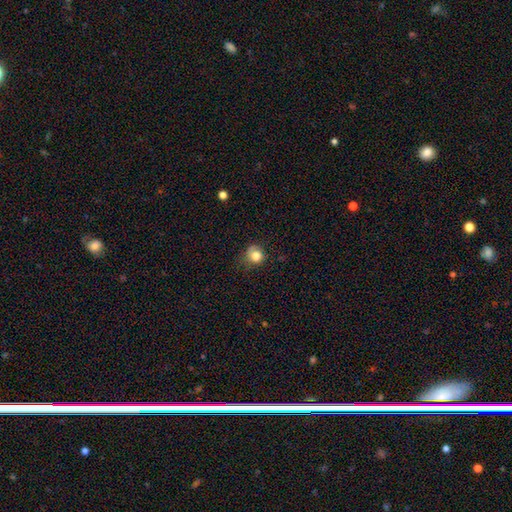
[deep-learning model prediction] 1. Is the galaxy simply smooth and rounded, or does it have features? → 80% smooth, 11% star or artifact, 9% featured or disk.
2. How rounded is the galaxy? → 80% round, 19% in between, 1% cigar-shaped.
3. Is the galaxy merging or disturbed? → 54% none, 31% minor disturbance, 13% major disturbance, 2% merger.